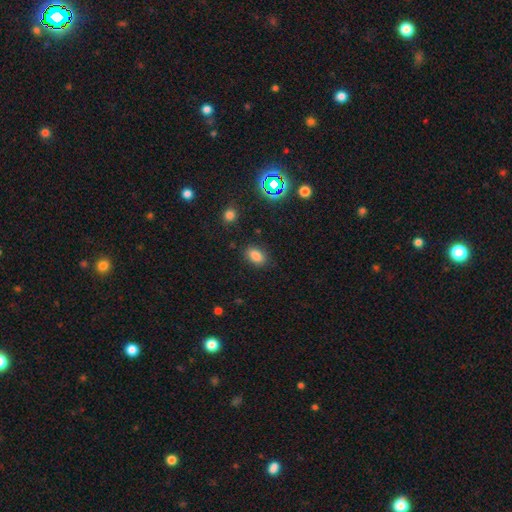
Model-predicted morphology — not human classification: Smooth or featured?
  - smooth: 80% *
  - star or artifact: 14%
  - featured or disk: 6%
How rounded?
  - in between: 85% *
  - round: 13%
  - cigar-shaped: 2%
Merging?
  - none: 85% *
  - minor disturbance: 10%
  - major disturbance: 3%
  - merger: 2%